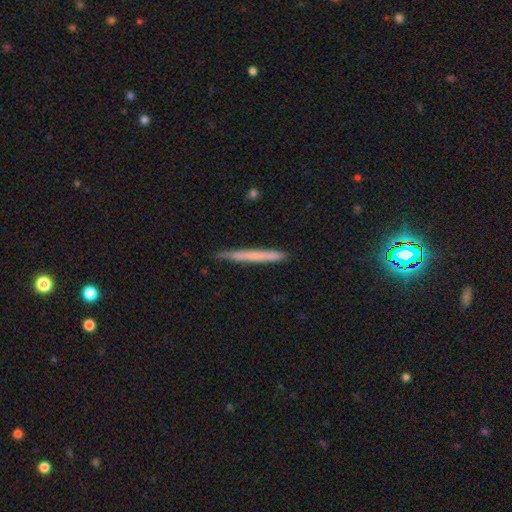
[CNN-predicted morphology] smooth-or-featured: smooth: 57% | featured or disk: 37% | star or artifact: 6%
  how-rounded: cigar-shaped: 97% | in between: 2% | round: 1%
  merging: none: 87% | minor disturbance: 10% | major disturbance: 2% | merger: 1%